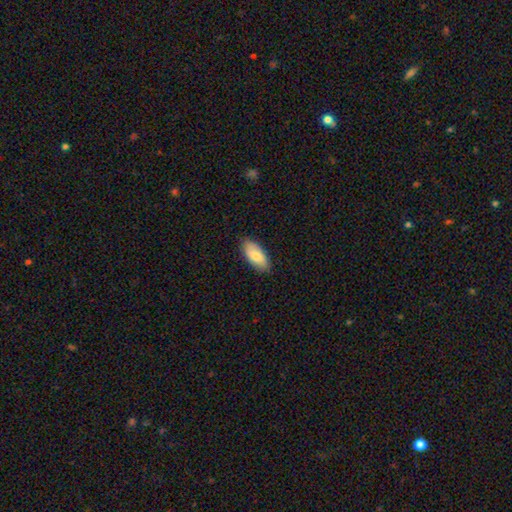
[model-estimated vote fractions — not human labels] Smooth or featured? Predicted: smooth (p=0.81). How rounded? Predicted: in between (p=0.91). Merging? Predicted: none (p=0.85).